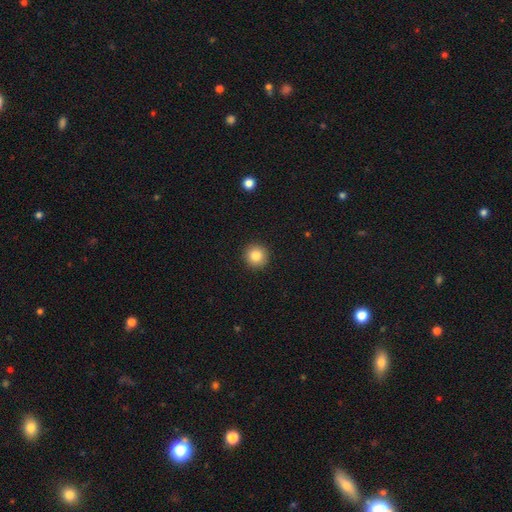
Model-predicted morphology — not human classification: Q: Smooth or featured?
A: smooth (84%); runner-up: star or artifact (10%)
Q: How rounded?
A: round (95%); runner-up: in between (4%)
Q: Merging?
A: none (93%); runner-up: minor disturbance (5%)